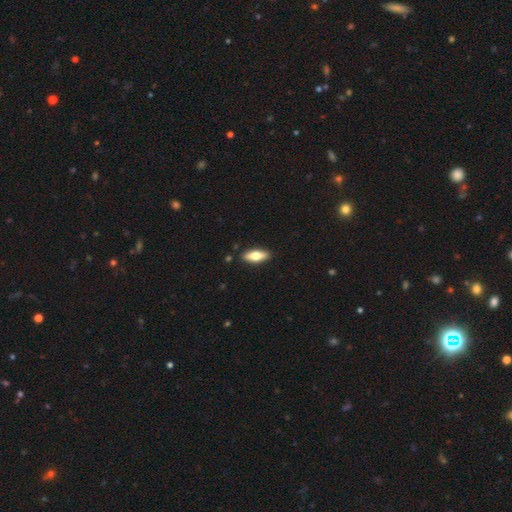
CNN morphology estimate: A smooth galaxy with no disk features (64%) that is in between round and cigar-shaped (69%).

Vote fractions:
- Smooth or featured? smooth: 64% / featured or disk: 30% / star or artifact: 6%
- How rounded? in between: 69% / cigar-shaped: 29% / round: 3%
- Merging? none: 89% / minor disturbance: 8% / major disturbance: 2% / merger: 1%